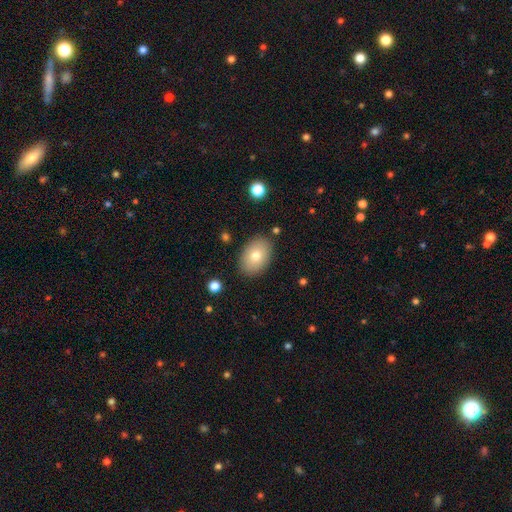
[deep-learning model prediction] The model was most divided on "smooth or featured": smooth: 76%, featured or disk: 16%, star or artifact: 8%. More confident: merging — none (86%); how rounded — in between (83%).